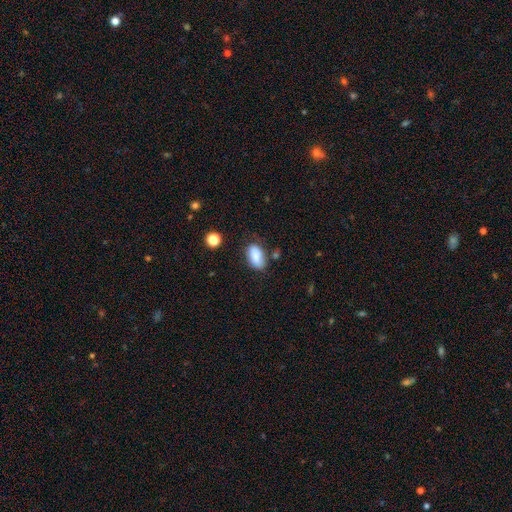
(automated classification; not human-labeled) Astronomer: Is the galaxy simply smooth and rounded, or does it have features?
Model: smooth — 83%.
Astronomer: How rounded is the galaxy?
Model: in between — 92%.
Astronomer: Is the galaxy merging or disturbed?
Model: none — 65%.